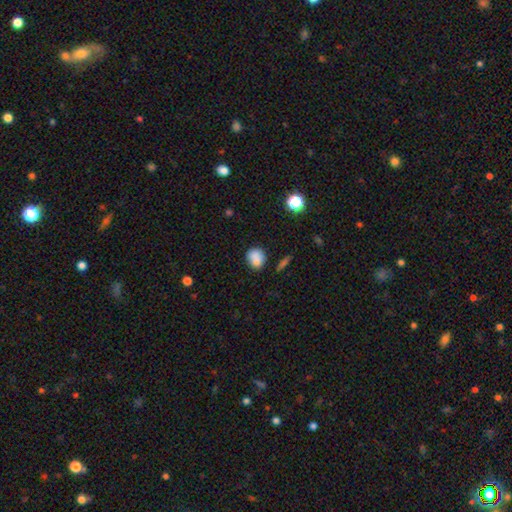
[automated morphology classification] Overall: smooth (80%). How rounded: round (67%; in between 31%). Merging: none (59%; merger 20%).